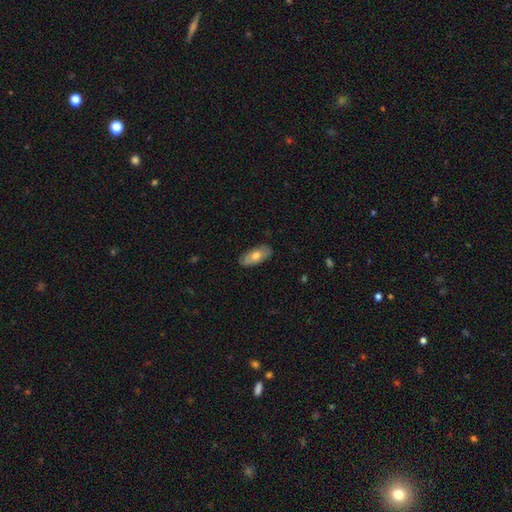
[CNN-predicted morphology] This appears to be a smooth galaxy with no disk features (68%) that is in between round and cigar-shaped (88%). Merging: none (84%).